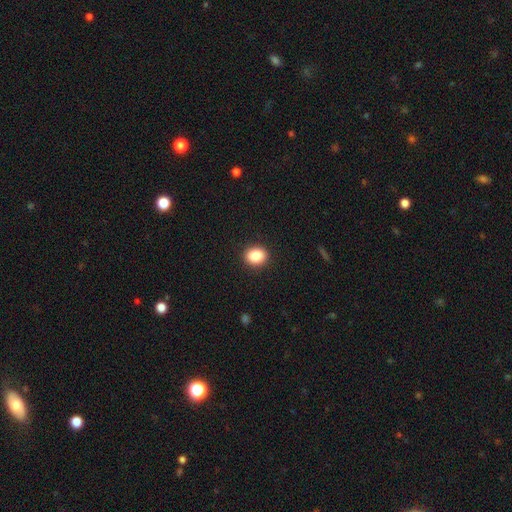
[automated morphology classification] type=smooth (86%); roundness=round (56%); merging=none (91%).